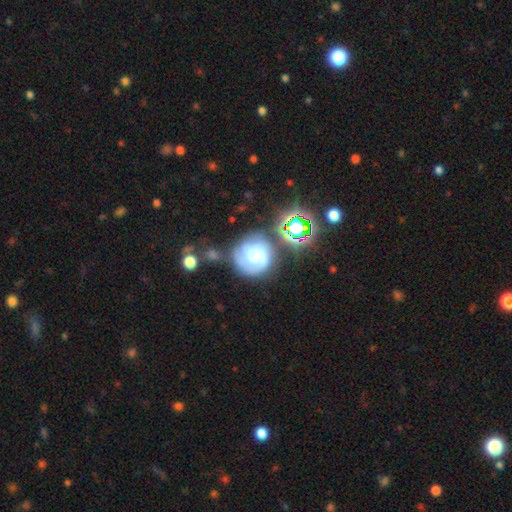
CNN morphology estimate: featured or disk 53%, smooth 35%, star or artifact 12%. Down the decision tree: edge-on disk — no (98%); bar — no (63%); spiral arms — yes (83%); bulge size — moderate (28%); merging — none (50%).